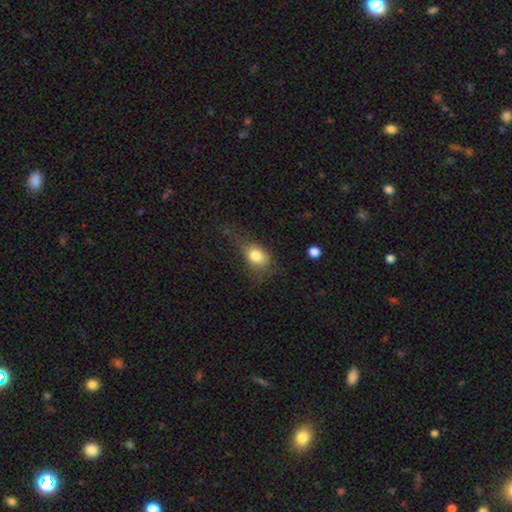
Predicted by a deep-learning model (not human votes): A smooth galaxy with no disk features (77%) that is in between round and cigar-shaped (60%).

Vote fractions:
- Smooth or featured? smooth: 77% / featured or disk: 13% / star or artifact: 10%
- How rounded? in between: 60% / round: 37% / cigar-shaped: 3%
- Merging? none: 34% (tied) / major disturbance: 34% (tied) / minor disturbance: 28% / merger: 3%